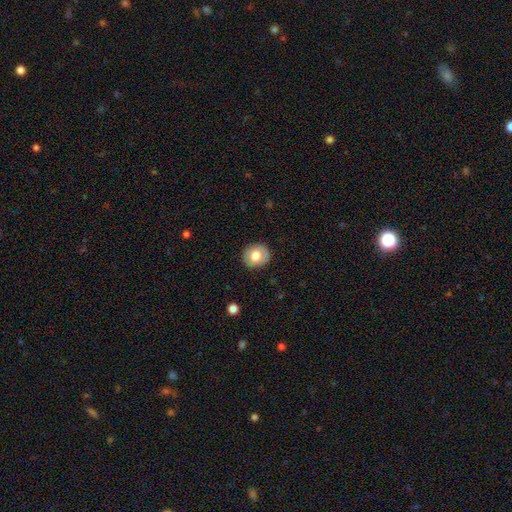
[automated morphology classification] smooth 71%, featured or disk 21%, star or artifact 8%. Down the decision tree: how rounded — round (80%); merging — none (87%).